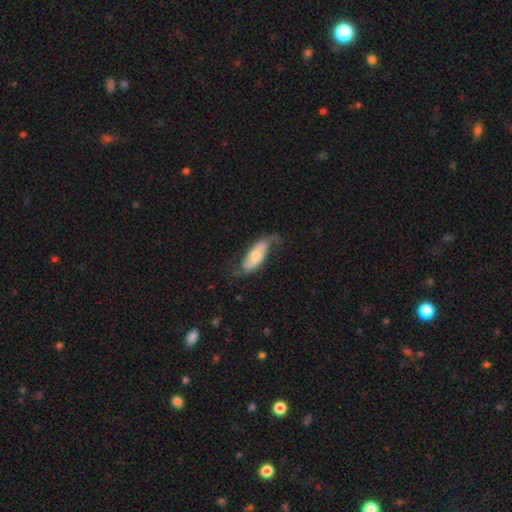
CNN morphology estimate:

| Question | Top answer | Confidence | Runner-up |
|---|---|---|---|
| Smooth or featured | featured or disk | 52% | smooth (42%) |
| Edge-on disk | no | 84% | yes (16%) |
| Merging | none | 52% | minor disturbance (28%) |